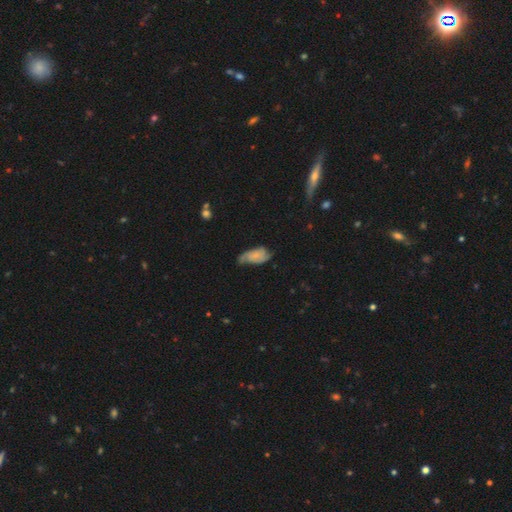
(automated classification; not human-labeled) The model was most divided on "smooth or featured": featured or disk: 49%, smooth: 43%, star or artifact: 8%. Remaining: merging — none (45%).